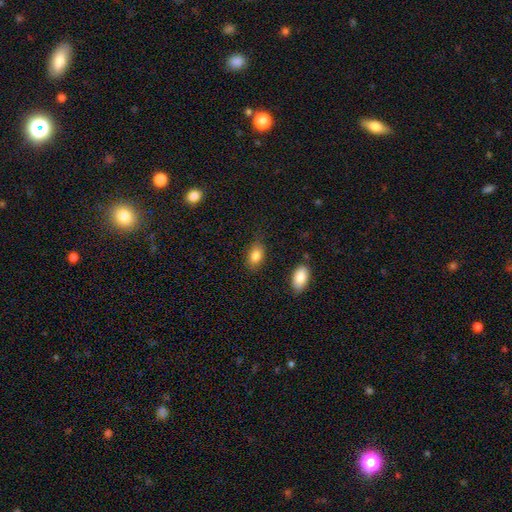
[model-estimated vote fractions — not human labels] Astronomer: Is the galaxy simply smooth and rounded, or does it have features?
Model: smooth — 85%.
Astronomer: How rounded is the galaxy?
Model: in between — 87%.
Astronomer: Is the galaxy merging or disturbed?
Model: none — 78%.